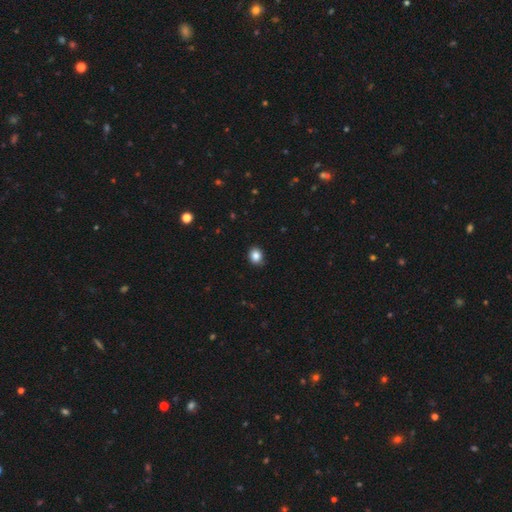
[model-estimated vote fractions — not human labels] This appears to be a smooth galaxy with no disk features (86%) that is round (66%). Merging: none (86%).